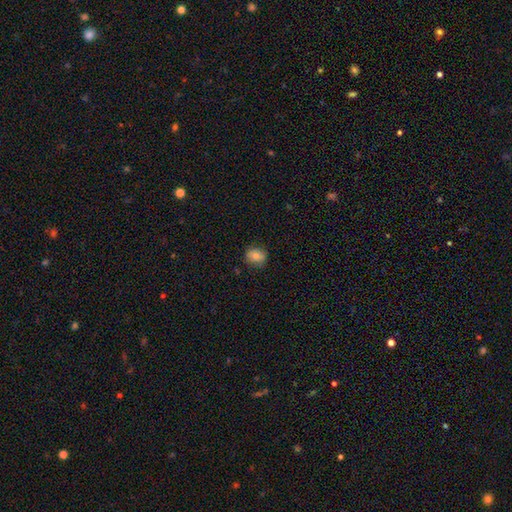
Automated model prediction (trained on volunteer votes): This is likely a smooth galaxy (78%). How rounded: likely round (61%). Merging: clearly none (81%).